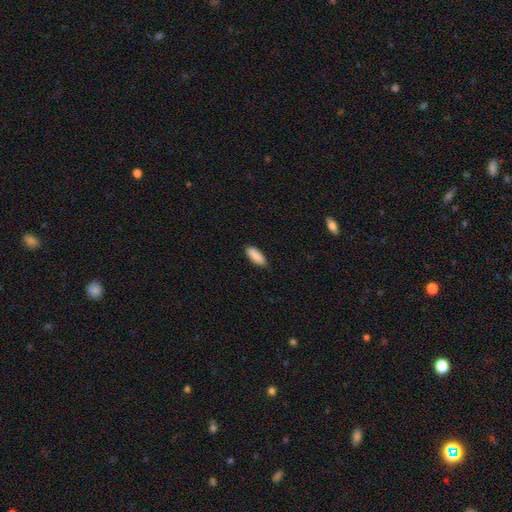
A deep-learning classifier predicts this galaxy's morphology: Overall: smooth (90%). How rounded: in between (78%). Merging: none (85%).